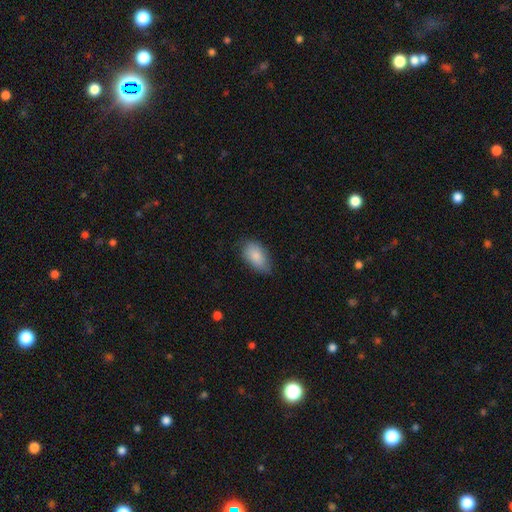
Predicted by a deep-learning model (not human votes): Q: Smooth or featured?
A: smooth (85%); runner-up: featured or disk (8%)
Q: How rounded?
A: in between (93%); runner-up: round (4%)
Q: Merging?
A: none (71%); runner-up: minor disturbance (24%)